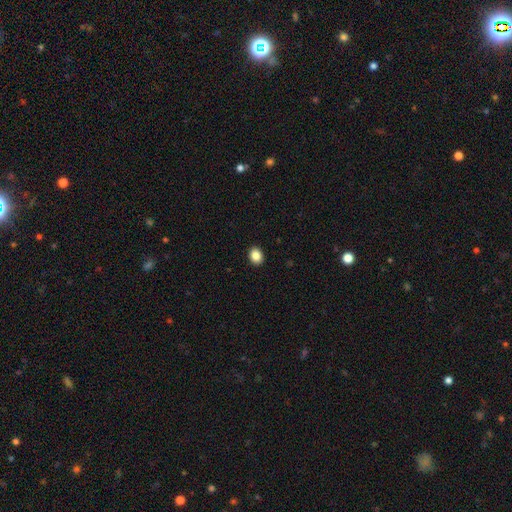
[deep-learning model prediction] A smooth galaxy with no disk features (87%) that is in between round and cigar-shaped (51%).

Vote fractions:
- Smooth or featured? smooth: 87% / star or artifact: 9% / featured or disk: 3%
- How rounded? in between: 51% / round: 48% / cigar-shaped: 1%
- Merging? none: 92% / minor disturbance: 6% / major disturbance: 2% / merger: 1%